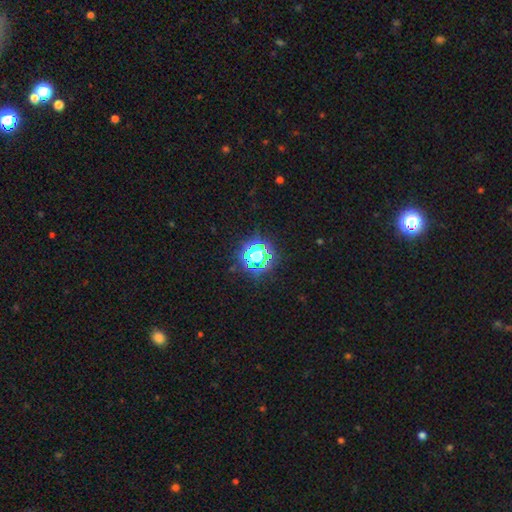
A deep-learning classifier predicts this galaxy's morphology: This is likely a star or artifact rather than a galaxy (62%).